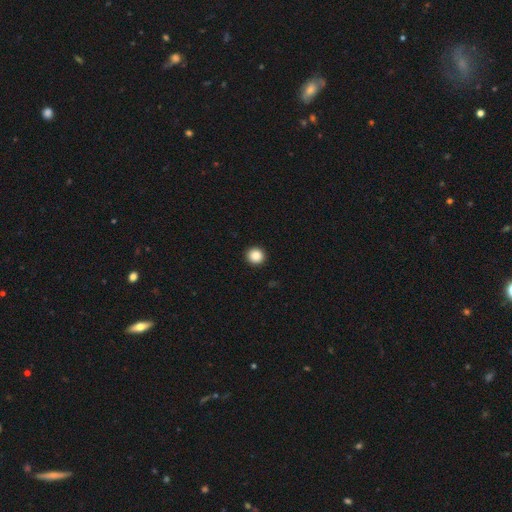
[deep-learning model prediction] This appears to be a smooth galaxy with no disk features (87%) that is round (93%). Merging: none (93%).